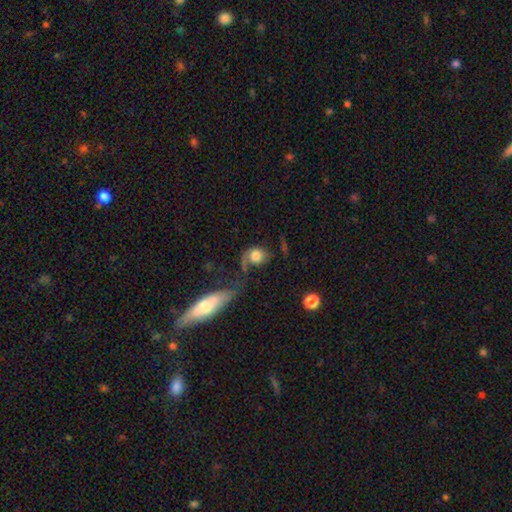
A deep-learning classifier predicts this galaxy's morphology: Smooth or featured? Predicted: smooth (p=0.61). How rounded? Predicted: round (p=0.60). Merging? Predicted: major disturbance (p=0.32).